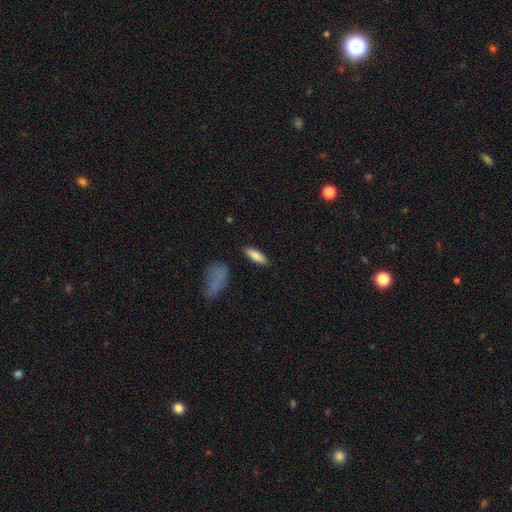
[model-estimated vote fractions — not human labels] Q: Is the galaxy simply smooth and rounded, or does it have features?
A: smooth — 83%.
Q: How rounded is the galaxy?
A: in between — 52%.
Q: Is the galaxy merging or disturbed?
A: none — 86%.